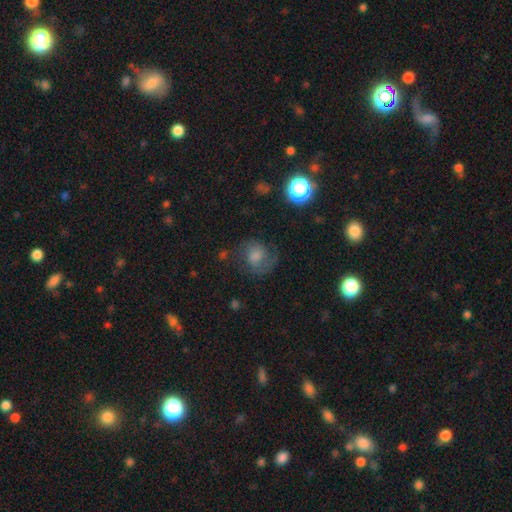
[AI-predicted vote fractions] smooth_or_featured: featured or disk (p=0.49) [alt: smooth p=0.33]
merging: none (p=0.67) [alt: minor disturbance p=0.18]